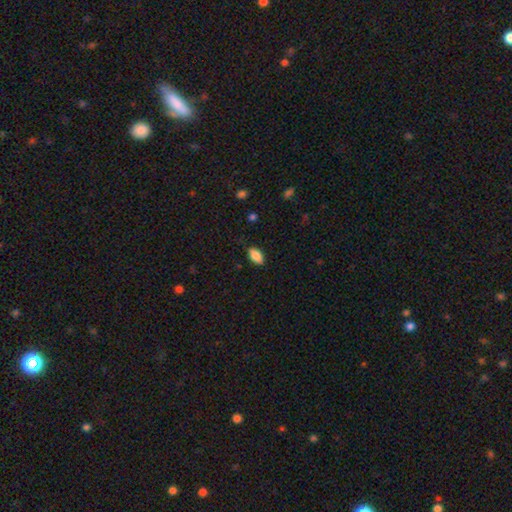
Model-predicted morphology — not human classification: Q: Smooth or featured?
A: smooth (85%); runner-up: star or artifact (7%)
Q: How rounded?
A: in between (92%); runner-up: cigar-shaped (4%)
Q: Merging?
A: none (84%); runner-up: minor disturbance (13%)